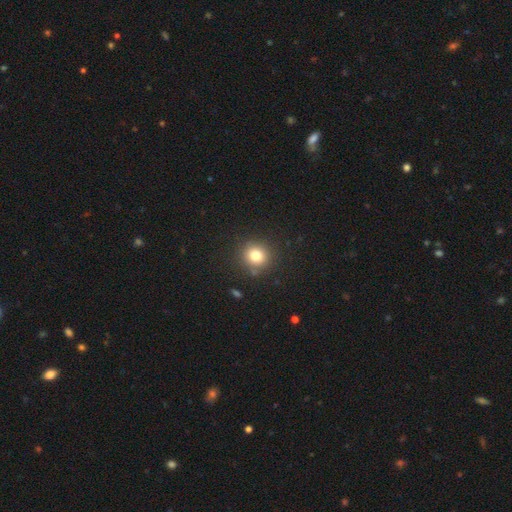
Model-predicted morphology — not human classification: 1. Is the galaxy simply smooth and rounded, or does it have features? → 80% smooth, 13% star or artifact, 8% featured or disk.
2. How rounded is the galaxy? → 89% round, 10% in between, 1% cigar-shaped.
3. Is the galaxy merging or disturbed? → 87% none, 8% minor disturbance, 3% major disturbance, 2% merger.